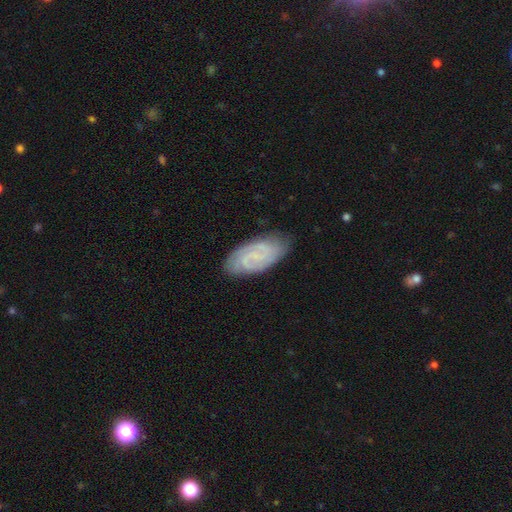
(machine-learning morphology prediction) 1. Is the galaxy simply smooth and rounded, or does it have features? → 74% featured or disk, 19% smooth, 7% star or artifact.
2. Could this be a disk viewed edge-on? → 96% no, 4% yes.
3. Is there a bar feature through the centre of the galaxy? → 45% weak, 44% no, 11% strong.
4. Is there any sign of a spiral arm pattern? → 95% yes, 5% no.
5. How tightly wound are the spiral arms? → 55% tight, 35% medium, 10% loose.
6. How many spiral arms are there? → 62% 2, 17% can't tell, 11% 3, 3% 4, 3% 1, 3% more than 4.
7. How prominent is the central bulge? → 53% small, 37% none, 8% moderate, 1% large, 1% dominant.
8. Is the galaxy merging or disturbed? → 81% none, 15% minor disturbance, 3% major disturbance, 1% merger.